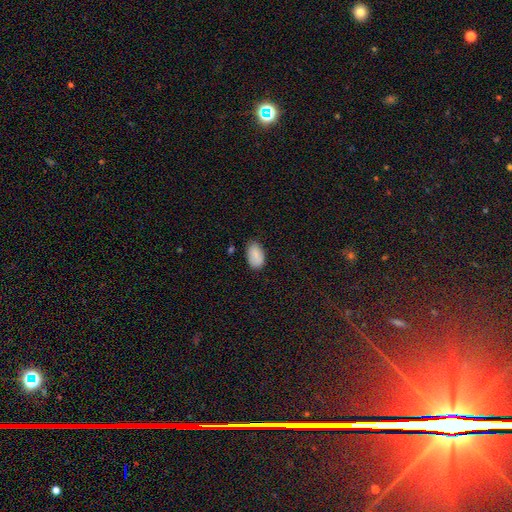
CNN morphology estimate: smooth-or-featured: smooth: 86% | featured or disk: 7% | star or artifact: 7%
  how-rounded: in between: 94% | round: 4% | cigar-shaped: 1%
  merging: none: 73% | minor disturbance: 21% | major disturbance: 4% | merger: 2%